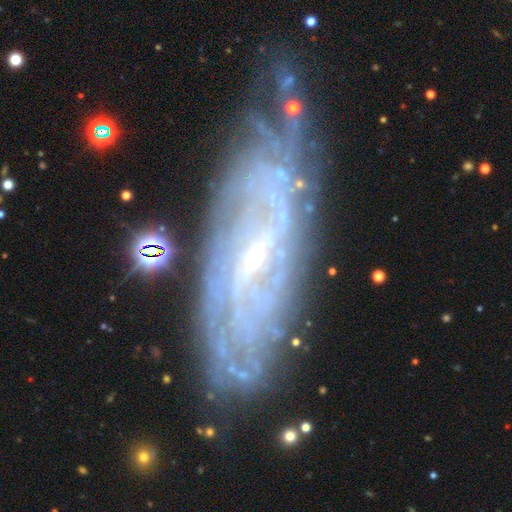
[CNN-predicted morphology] A featured or disk galaxy (87%) with a weak bar (42%), tight (77%) spiral arms (97%) and a small central bulge (83%).

Vote fractions:
- Smooth or featured? featured or disk: 87% / star or artifact: 7% / smooth: 6%
- Edge-on disk? no: 90% / yes: 10%
- Bar? weak: 42% / no: 30% / strong: 27%
- Spiral arms? yes: 97% / no: 3%
- Spiral winding? tight: 77% / medium: 19% / loose: 4%
- Spiral arm count? can't tell: 35% / 4: 17% / 2: 15% / more than 4: 15% / 3: 12% / 1: 7%
- Bulge size? small: 83% / moderate: 13% / none: 2% / large: 1% / dominant: 1%
- Merging? none: 75% / minor disturbance: 18% / major disturbance: 5% / merger: 2%